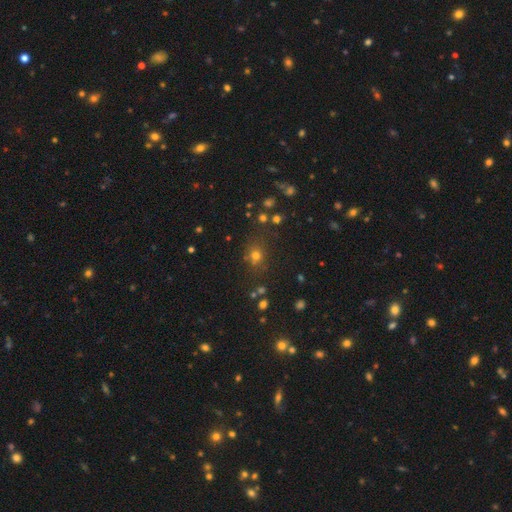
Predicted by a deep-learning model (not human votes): A smooth galaxy with no disk features (68%) that is round (75%).

Vote fractions:
- Smooth or featured? smooth: 68% / star or artifact: 24% / featured or disk: 8%
- How rounded? round: 75% / in between: 24% / cigar-shaped: 1%
- Merging? none: 75% / minor disturbance: 12% / merger: 7% / major disturbance: 5%